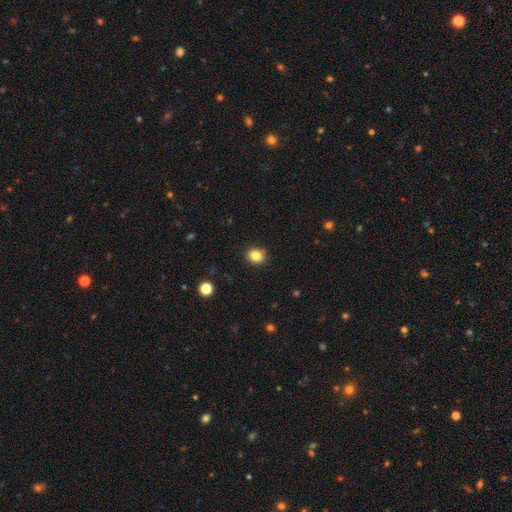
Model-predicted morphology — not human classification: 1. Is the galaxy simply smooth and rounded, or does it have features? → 85% smooth, 10% star or artifact, 5% featured or disk.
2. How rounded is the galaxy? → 63% round, 36% in between, 1% cigar-shaped.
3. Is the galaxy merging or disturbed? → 89% none, 8% minor disturbance, 2% major disturbance, 1% merger.